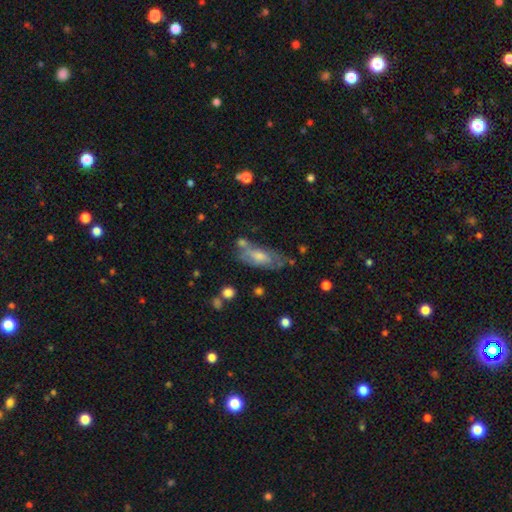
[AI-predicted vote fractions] This is possibly a featured or disk galaxy (47%). Merging: possibly none (55%).